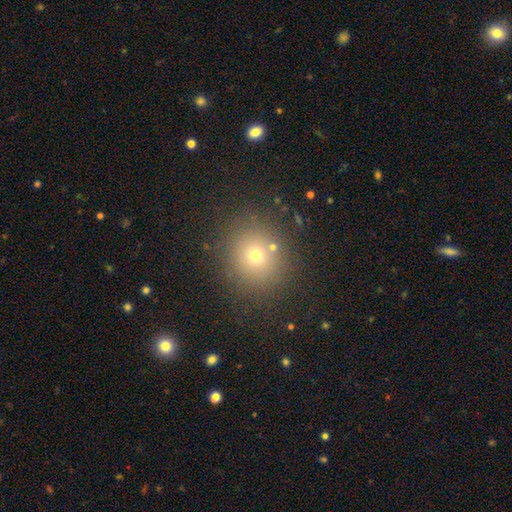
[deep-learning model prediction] The model was most divided on "smooth or featured": smooth: 66%, star or artifact: 23%, featured or disk: 11%. More confident: how rounded — round (85%); merging — none (84%).